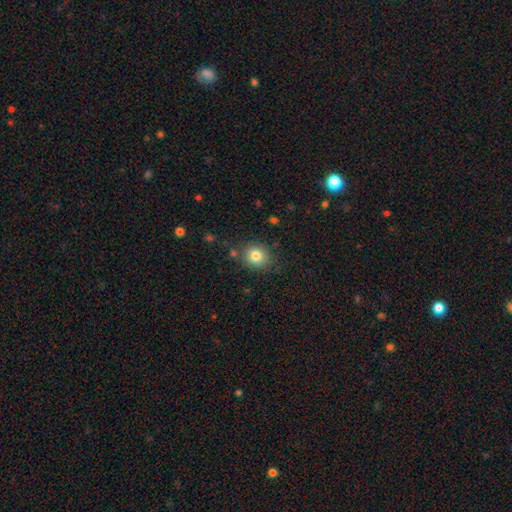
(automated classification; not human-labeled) Morphology: type=smooth (81%); roundness=round (80%); merging=none (82%).